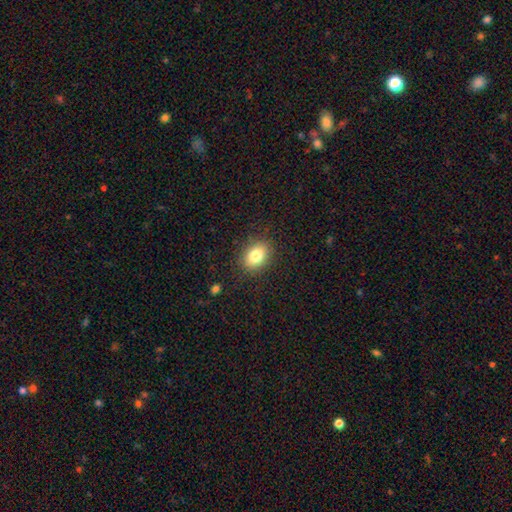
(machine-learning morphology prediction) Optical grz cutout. It shows a smooth galaxy with no disk features (82%) that is in between round and cigar-shaped (77%). Merging: none (86%).